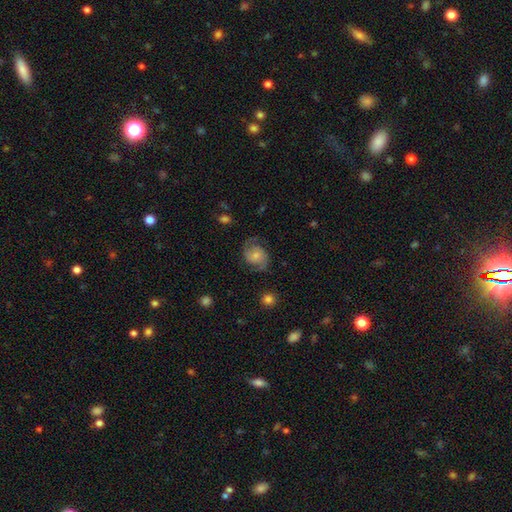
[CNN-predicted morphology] A featured or disk galaxy (67%) with no bar (69%), 2 (88%) medium (48%) spiral arms (92%) and a small central bulge (51%).

Vote fractions:
- Smooth or featured? featured or disk: 67% / smooth: 25% / star or artifact: 8%
- Edge-on disk? no: 97% / yes: 3%
- Bar? no: 69% / weak: 26% / strong: 5%
- Spiral arms? yes: 92% / no: 8%
- Spiral winding? medium: 48% / loose: 28% / tight: 24%
- Spiral arm count? 2: 88% / can't tell: 6% / 1: 3% / 3: 1% / 4: 1% / more than 4: 1%
- Bulge size? small: 51% / moderate: 38% / none: 5% / large: 5% / dominant: 2%
- Merging? none: 69% / minor disturbance: 19% / major disturbance: 11% / merger: 1%